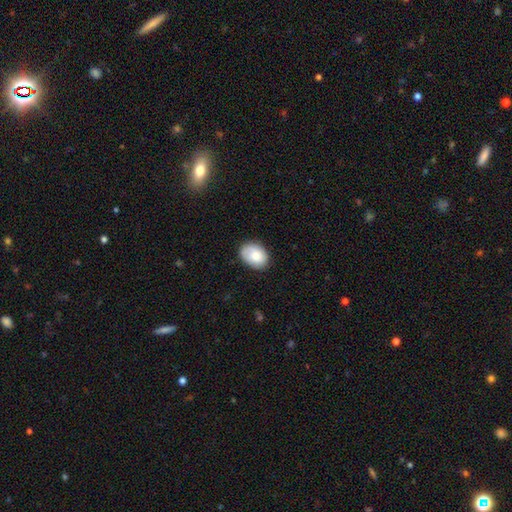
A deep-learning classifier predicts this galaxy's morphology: This appears to be a smooth galaxy with no disk features (76%) that is in between round and cigar-shaped (76%). Merging: none (79%).